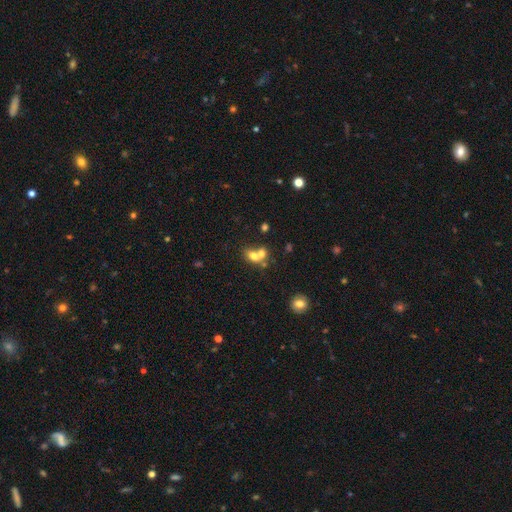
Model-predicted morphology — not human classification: Overall: smooth (68%). How rounded: in between (53%; round 44%). Merging: merger (59%; none 30%).